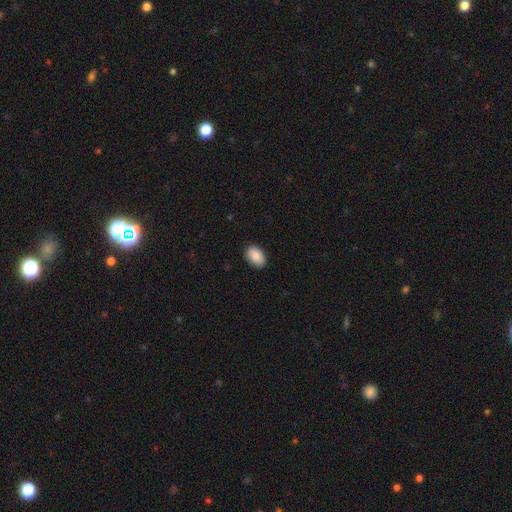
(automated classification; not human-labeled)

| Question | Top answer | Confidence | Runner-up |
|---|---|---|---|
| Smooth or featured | smooth | 90% | star or artifact (7%) |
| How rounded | in between | 89% | round (10%) |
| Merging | none | 89% | minor disturbance (8%) |